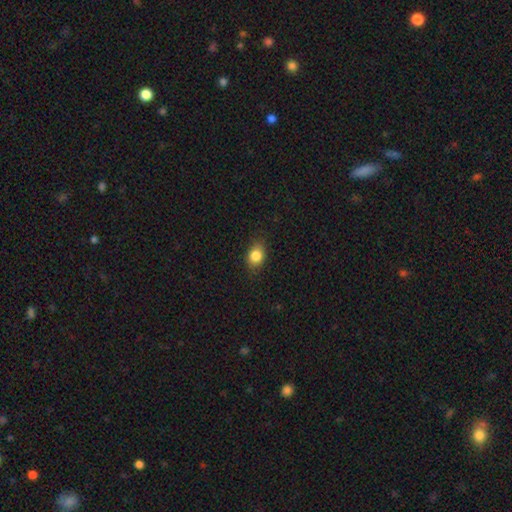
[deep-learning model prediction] Overall: smooth (84%). How rounded: in between (55%; round 43%). Merging: none (82%).